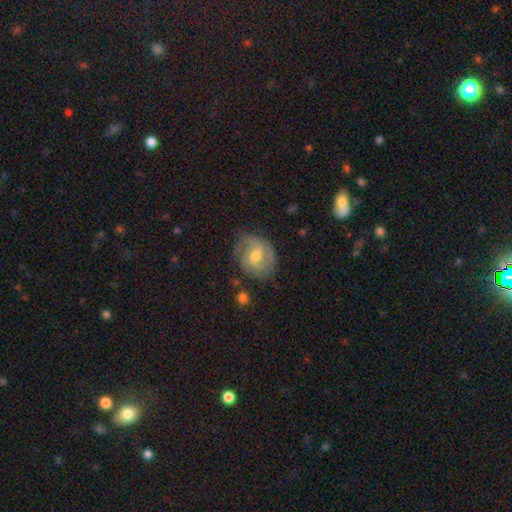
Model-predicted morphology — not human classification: smooth_or_featured: featured or disk (p=0.69) [alt: smooth p=0.24]
disk_edge_on: no (p=0.97) [alt: yes p=0.03]
bar: weak (p=0.50) [alt: no p=0.38]
has_spiral_arms: yes (p=0.88) [alt: no p=0.12]
spiral_winding: tight (p=0.43) [alt: medium p=0.40]
spiral_arm_count: 2 (p=0.48) [alt: can't tell p=0.25]
bulge_size: moderate (p=0.61) [alt: small p=0.35]
merging: none (p=0.66) [alt: minor disturbance p=0.23]